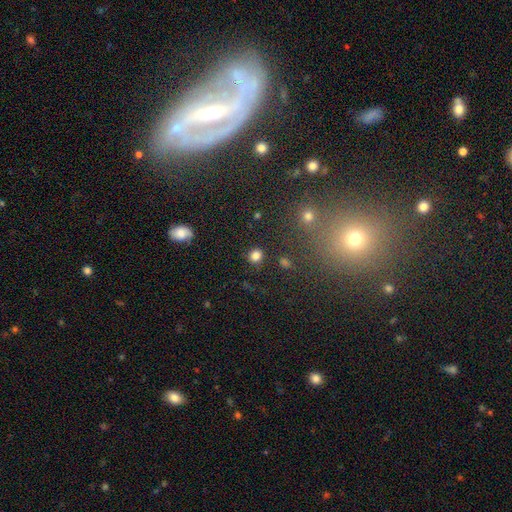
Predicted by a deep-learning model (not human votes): Smooth or featured?
  - smooth: 83% *
  - star or artifact: 13%
  - featured or disk: 5%
How rounded?
  - round: 81% *
  - in between: 18%
  - cigar-shaped: 1%
Merging?
  - none: 84% *
  - minor disturbance: 9%
  - major disturbance: 3%
  - merger: 3%